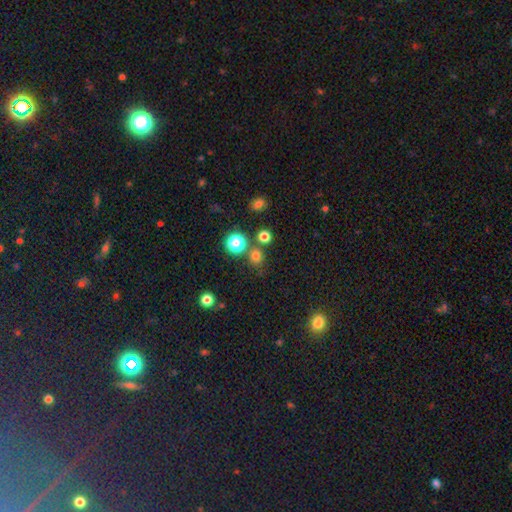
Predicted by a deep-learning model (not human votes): This is likely a smooth galaxy (72%). How rounded: clearly round (86%). Merging: likely none (74%).